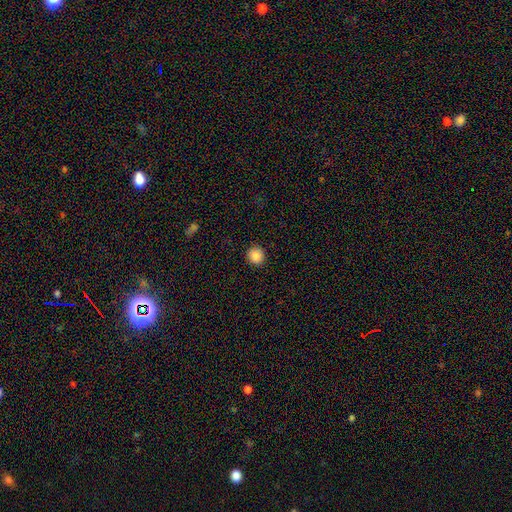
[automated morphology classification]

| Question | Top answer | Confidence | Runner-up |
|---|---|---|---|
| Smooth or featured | smooth | 87% | star or artifact (10%) |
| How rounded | round | 93% | in between (6%) |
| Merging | none | 92% | minor disturbance (5%) |